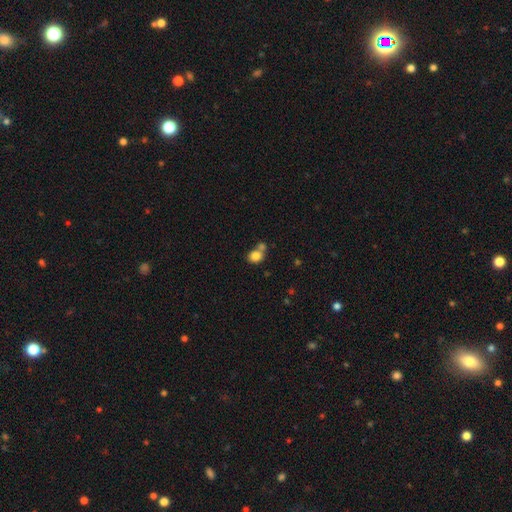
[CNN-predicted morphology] Smooth or featured? Predicted: smooth (p=0.82). How rounded? Predicted: round (p=0.66). Merging? Predicted: none (p=0.47).